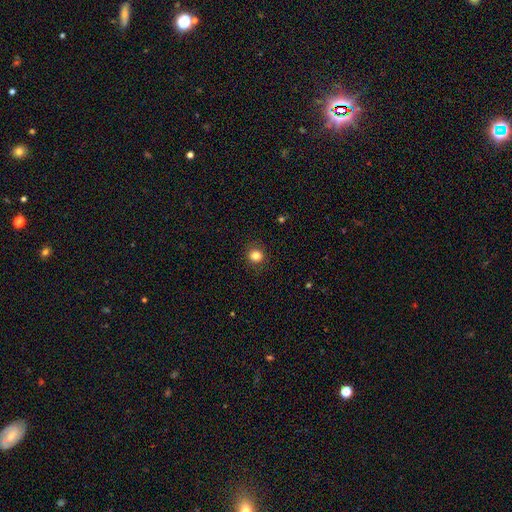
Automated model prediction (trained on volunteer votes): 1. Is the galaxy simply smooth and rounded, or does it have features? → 83% smooth, 11% star or artifact, 5% featured or disk.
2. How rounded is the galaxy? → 83% round, 16% in between, 1% cigar-shaped.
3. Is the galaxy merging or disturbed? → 89% none, 8% minor disturbance, 3% major disturbance, 1% merger.